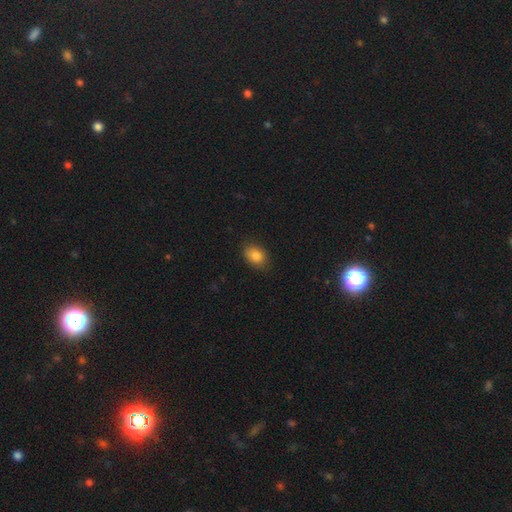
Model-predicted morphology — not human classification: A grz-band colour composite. It shows a smooth galaxy with no disk features (84%) that is in between round and cigar-shaped (77%). Merging: none (83%).